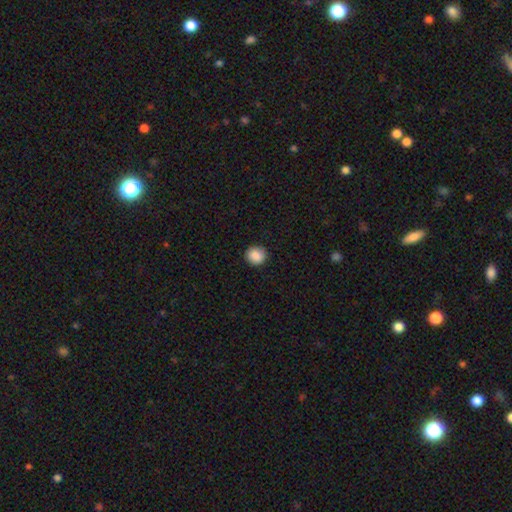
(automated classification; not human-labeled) This is clearly a smooth galaxy (88%). How rounded: clearly round (86%). Merging: clearly none (91%).